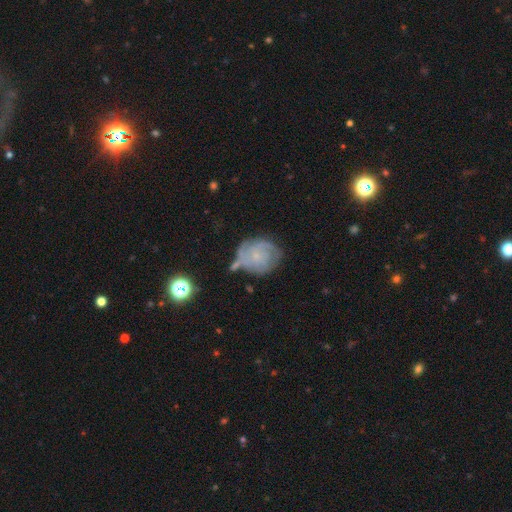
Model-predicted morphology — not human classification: type=featured or disk (70%); edge-on=no (98%); bar=no (77%); spiral arms=yes (89%); winding=tight (59%); arm count=can't tell (37%); bulge=small (76%); merging=none (57%).